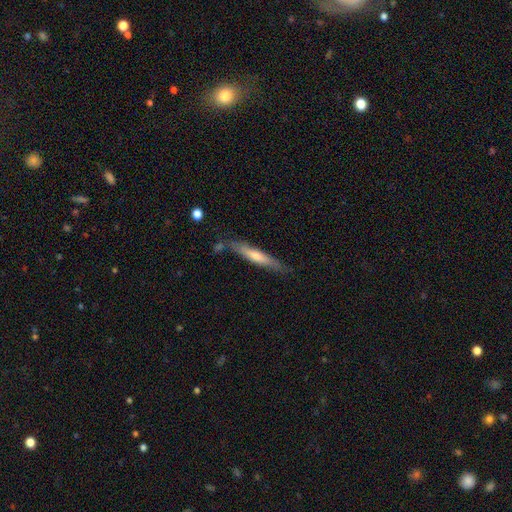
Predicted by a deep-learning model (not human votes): Q: Smooth or featured?
A: smooth (53%); runner-up: featured or disk (41%)
Q: How rounded?
A: cigar-shaped (92%); runner-up: in between (7%)
Q: Merging?
A: none (77%); runner-up: minor disturbance (16%)